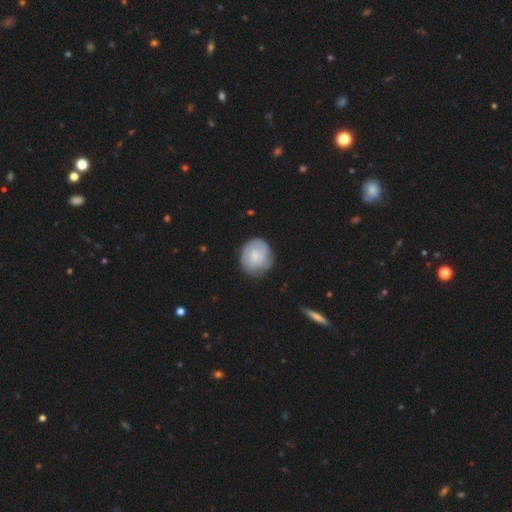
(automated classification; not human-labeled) Overall: smooth (60%; featured or disk 33%). How rounded: round (84%). Merging: none (73%).